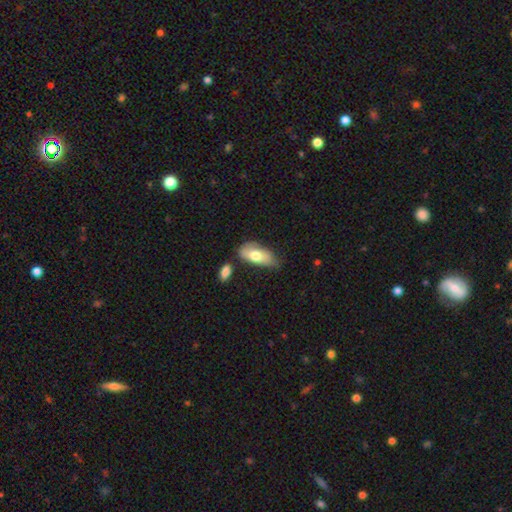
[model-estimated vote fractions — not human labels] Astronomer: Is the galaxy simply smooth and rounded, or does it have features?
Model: smooth — 71%.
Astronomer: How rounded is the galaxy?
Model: in between — 88%.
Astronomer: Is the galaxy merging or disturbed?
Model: none — 47% (runner-up: minor disturbance, 32%).